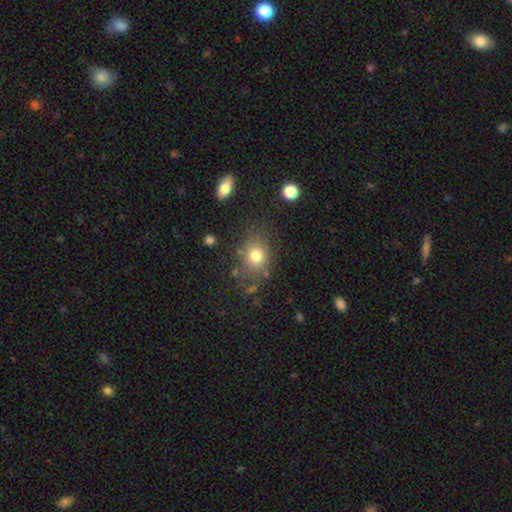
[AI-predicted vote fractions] Smooth or featured? Predicted: smooth (p=0.77). How rounded? Predicted: round (p=0.59). Merging? Predicted: none (p=0.74).